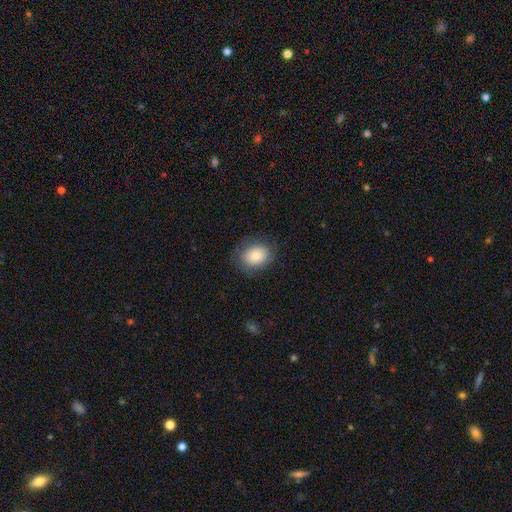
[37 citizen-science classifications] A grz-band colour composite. It shows a smooth galaxy with no disk features (81%) that is in between round and cigar-shaped (57%). Merging: none (83%).